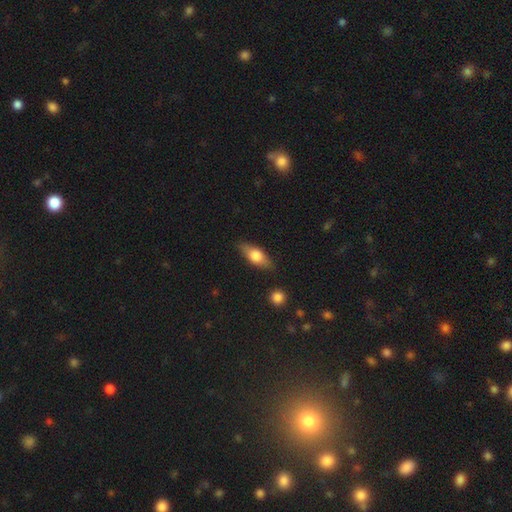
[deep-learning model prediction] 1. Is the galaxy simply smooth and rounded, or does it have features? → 62% smooth, 32% featured or disk, 6% star or artifact.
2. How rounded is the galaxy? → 68% in between, 27% cigar-shaped, 4% round.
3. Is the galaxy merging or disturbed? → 82% none, 13% minor disturbance, 3% major disturbance, 2% merger.